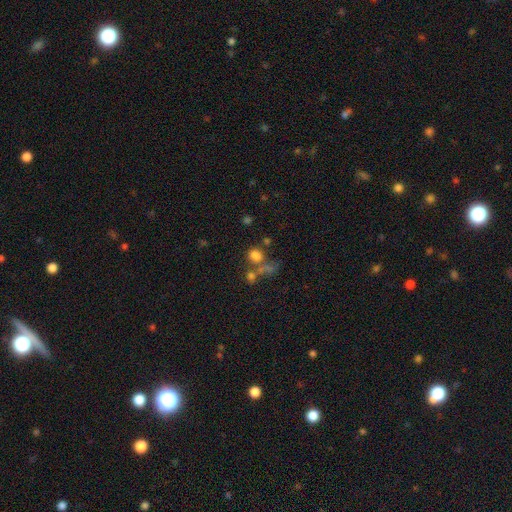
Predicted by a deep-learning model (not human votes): Q: Smooth or featured?
A: smooth (73%); runner-up: star or artifact (17%)
Q: How rounded?
A: round (70%); runner-up: in between (29%)
Q: Merging?
A: none (49%); runner-up: merger (31%)